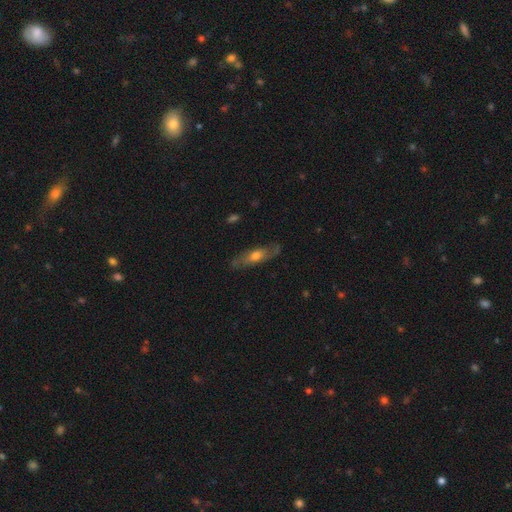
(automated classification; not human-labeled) featured or disk 54%, smooth 39%, star or artifact 7%. Down the decision tree: edge-on disk — no (54%); merging — none (74%).